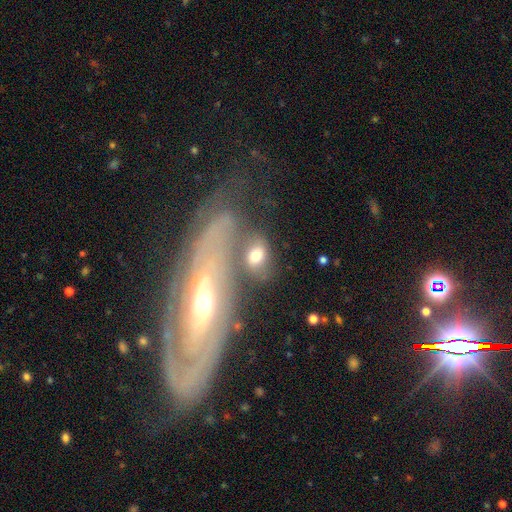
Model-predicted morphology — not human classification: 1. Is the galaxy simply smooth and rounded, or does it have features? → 59% smooth, 30% featured or disk, 12% star or artifact.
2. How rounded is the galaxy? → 70% in between, 27% round, 4% cigar-shaped.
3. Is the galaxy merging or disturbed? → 49% none, 27% merger, 14% minor disturbance, 10% major disturbance.